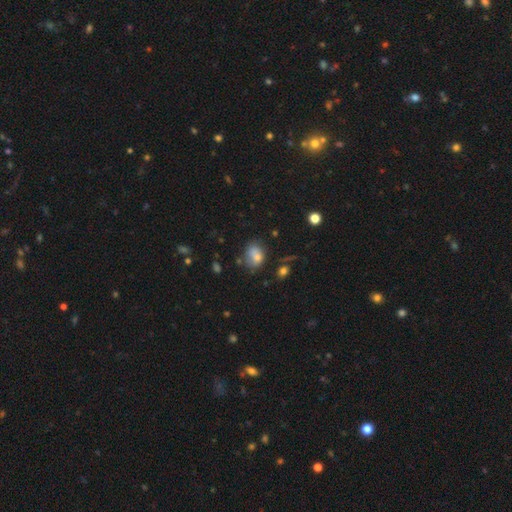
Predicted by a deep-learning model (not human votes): This is likely a smooth galaxy (74%). How rounded: likely in between (64%). Merging: possibly none (52%).